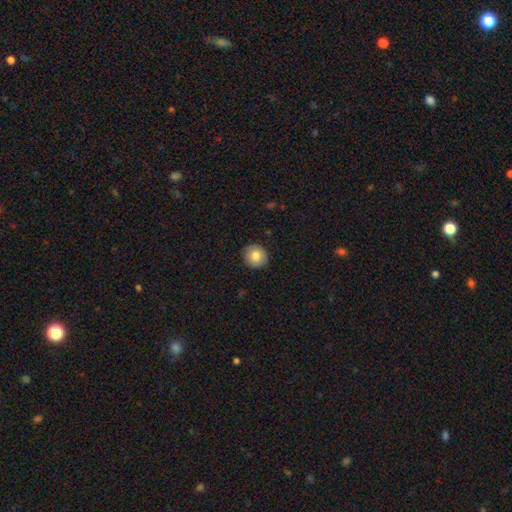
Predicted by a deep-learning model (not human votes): Smooth or featured? smooth (81%)
How rounded? round (90%)
Merging? none (90%)